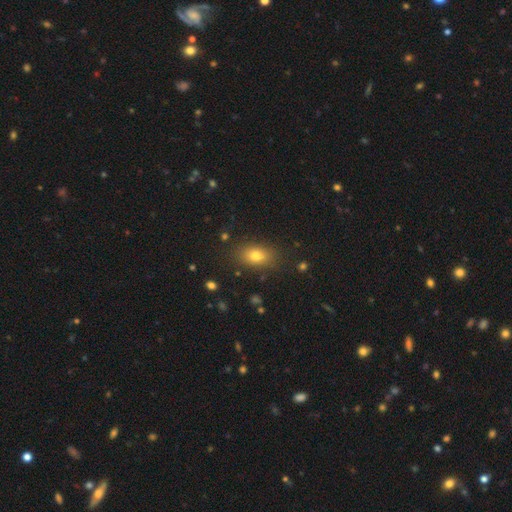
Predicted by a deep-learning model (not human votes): Smooth or featured? Predicted: smooth (p=0.76). How rounded? Predicted: in between (p=0.82). Merging? Predicted: none (p=0.84).